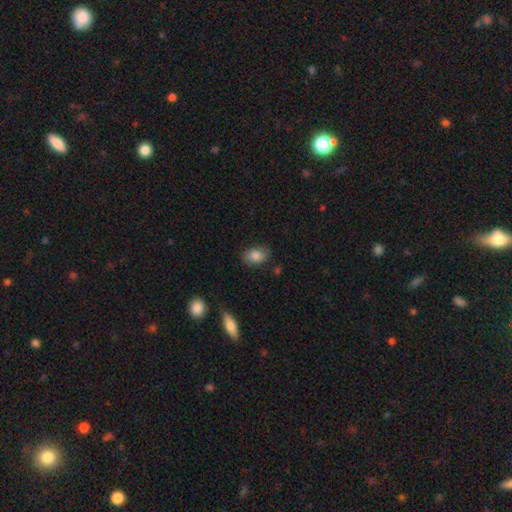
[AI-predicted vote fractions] Smooth or featured: smooth — 85% (star or artifact — 8%)
How rounded: in between — 82% (round — 16%)
Merging: none — 78% (minor disturbance — 17%)